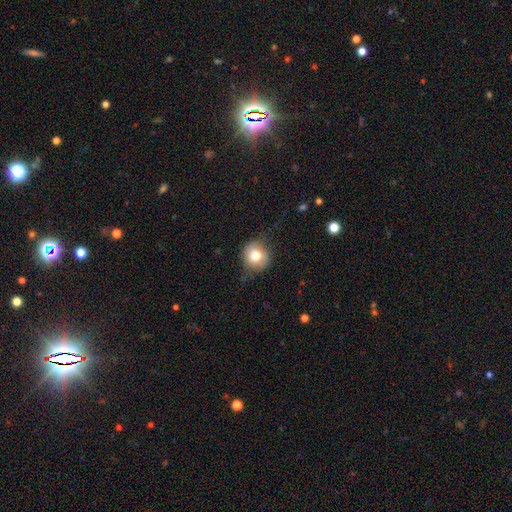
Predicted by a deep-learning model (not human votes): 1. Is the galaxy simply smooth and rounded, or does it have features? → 74% smooth, 17% featured or disk, 9% star or artifact.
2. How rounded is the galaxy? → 85% round, 14% in between, 1% cigar-shaped.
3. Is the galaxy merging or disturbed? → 70% none, 22% minor disturbance, 7% major disturbance, 1% merger.